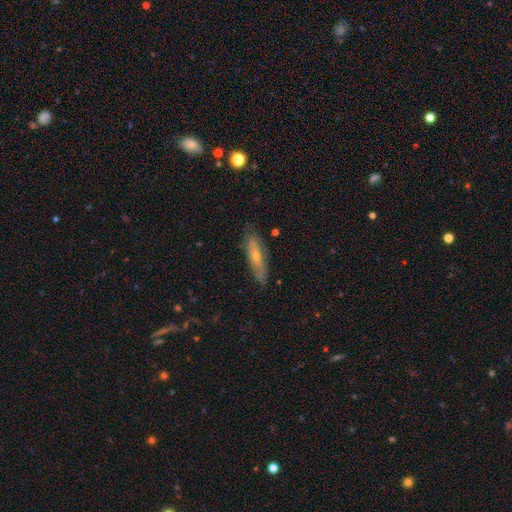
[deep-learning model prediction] A featured or disk galaxy (56%) viewed edge-on (55%). Merging: none (81%).